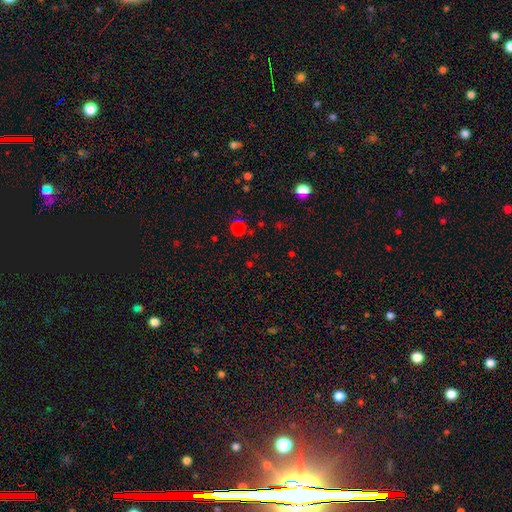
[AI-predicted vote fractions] Smooth or featured?
  - smooth: 54% *
  - star or artifact: 41%
  - featured or disk: 6%
How rounded?
  - round: 86% *
  - in between: 13%
  - cigar-shaped: 1%
Merging?
  - none: 80% *
  - minor disturbance: 10%
  - major disturbance: 5%
  - merger: 5%